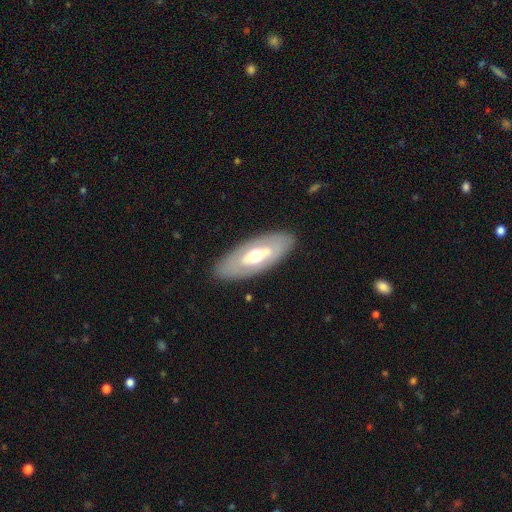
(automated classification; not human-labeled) Overall: featured or disk (54%; smooth 40%). Edge-on disk: no (80%). Merging: none (85%).